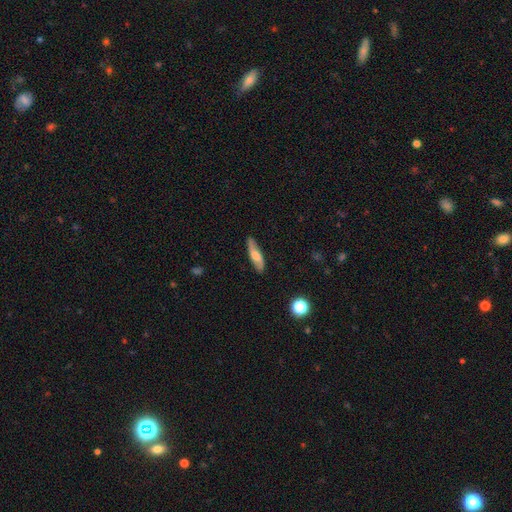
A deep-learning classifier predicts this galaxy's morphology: Smooth or featured? Predicted: smooth (p=0.50). How rounded? Predicted: cigar-shaped (p=0.66). Merging? Predicted: none (p=0.83).